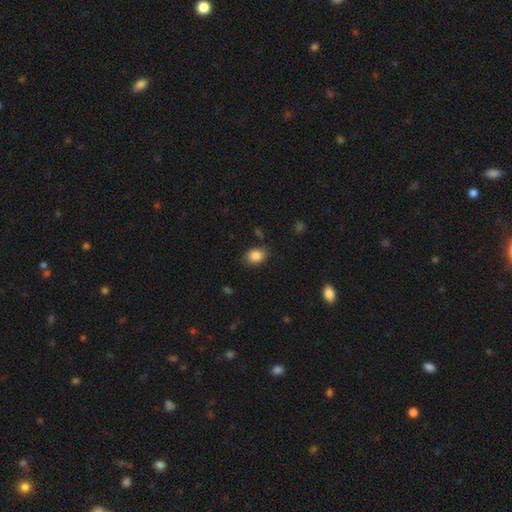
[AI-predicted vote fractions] Smooth or featured?
  - smooth: 86% *
  - star or artifact: 9%
  - featured or disk: 5%
How rounded?
  - in between: 66% *
  - round: 33%
  - cigar-shaped: 1%
Merging?
  - none: 81% *
  - minor disturbance: 14%
  - major disturbance: 3%
  - merger: 2%